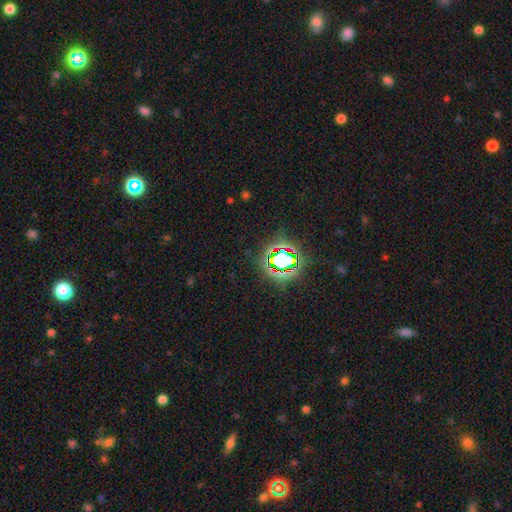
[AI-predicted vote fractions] This is likely a star or artifact rather than a galaxy (79%).